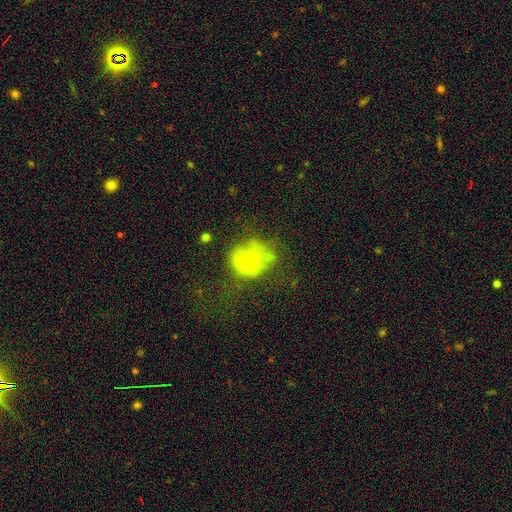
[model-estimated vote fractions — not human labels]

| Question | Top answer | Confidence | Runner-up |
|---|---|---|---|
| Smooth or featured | featured or disk | 46% | smooth (41%) |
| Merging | none | 32% | merger (31%) |